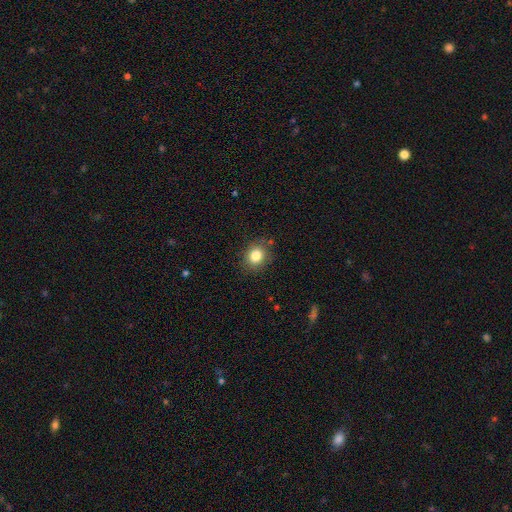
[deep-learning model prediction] smooth 83%, star or artifact 10%, featured or disk 7%. Down the decision tree: how rounded — round (60%); merging — none (83%).